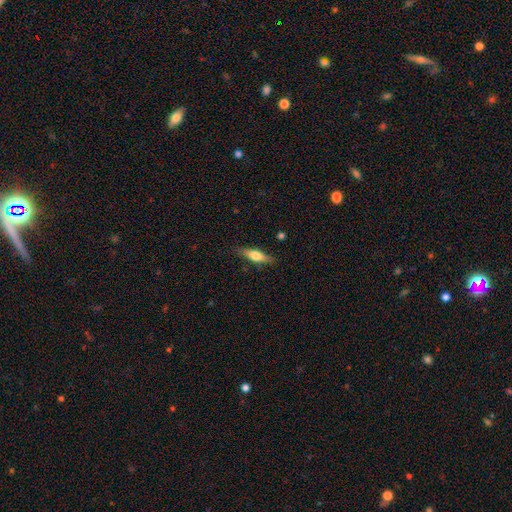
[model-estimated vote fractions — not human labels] smooth_or_featured: smooth (p=0.52) [alt: featured or disk p=0.41]
how_rounded: cigar-shaped (p=0.61) [alt: in between p=0.37]
merging: none (p=0.84) [alt: minor disturbance p=0.12]